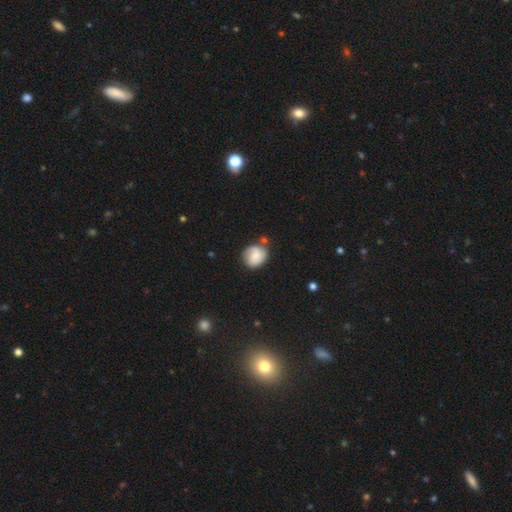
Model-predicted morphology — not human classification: Smooth or featured?
  - smooth: 63% *
  - featured or disk: 29%
  - star or artifact: 8%
How rounded?
  - round: 77% *
  - in between: 22%
  - cigar-shaped: 1%
Merging?
  - none: 63% *
  - minor disturbance: 22%
  - merger: 10%
  - major disturbance: 6%